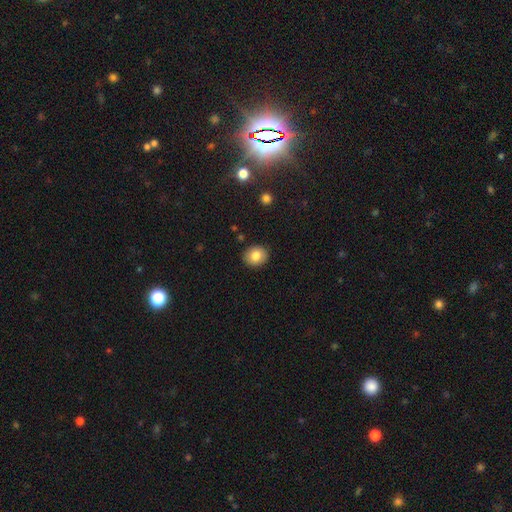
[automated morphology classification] Q: Smooth or featured?
A: smooth (82%); runner-up: featured or disk (9%)
Q: How rounded?
A: round (70%); runner-up: in between (30%)
Q: Merging?
A: none (89%); runner-up: minor disturbance (8%)